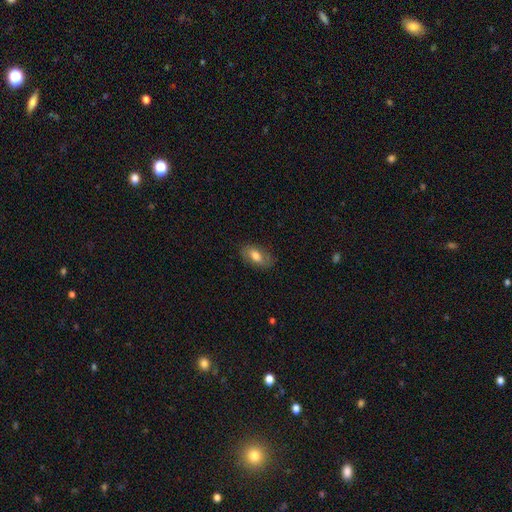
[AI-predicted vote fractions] Smooth or featured? smooth (69%)
How rounded? in between (90%)
Merging? none (80%)